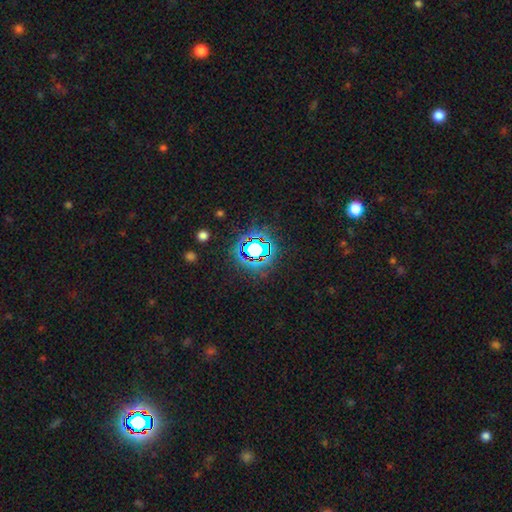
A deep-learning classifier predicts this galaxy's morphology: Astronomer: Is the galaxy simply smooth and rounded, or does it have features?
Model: star or artifact — 78%.